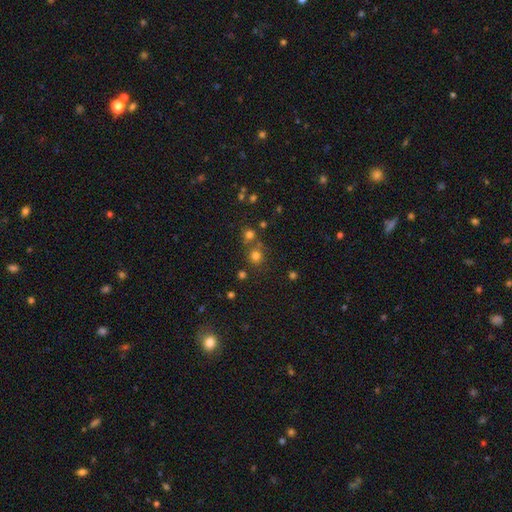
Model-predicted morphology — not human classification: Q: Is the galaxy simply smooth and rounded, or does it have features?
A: smooth — 71%.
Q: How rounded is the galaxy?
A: round — 88%.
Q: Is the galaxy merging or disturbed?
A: none — 66%.